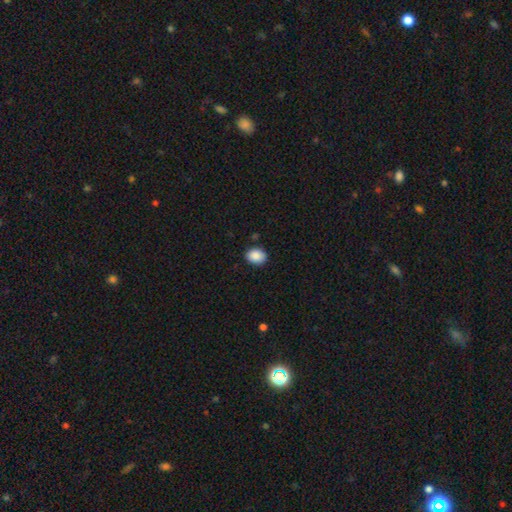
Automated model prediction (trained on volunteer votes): Q: Smooth or featured?
A: smooth (89%); runner-up: star or artifact (8%)
Q: How rounded?
A: in between (60%); runner-up: round (39%)
Q: Merging?
A: none (88%); runner-up: minor disturbance (9%)